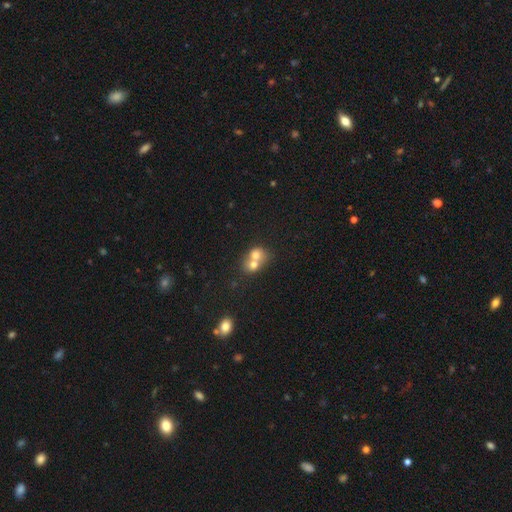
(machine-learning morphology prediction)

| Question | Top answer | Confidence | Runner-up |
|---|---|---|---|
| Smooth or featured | smooth | 68% | featured or disk (21%) |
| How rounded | round | 63% | in between (36%) |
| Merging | merger | 73% | none (20%) |